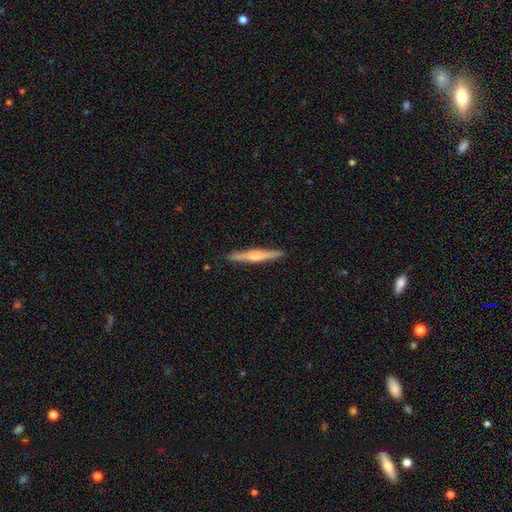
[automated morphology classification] This is possibly a featured or disk galaxy (56%). It is clearly viewed edge-on (97%). Edge-on bulge: likely rounded (66%). Merging: clearly none (91%).